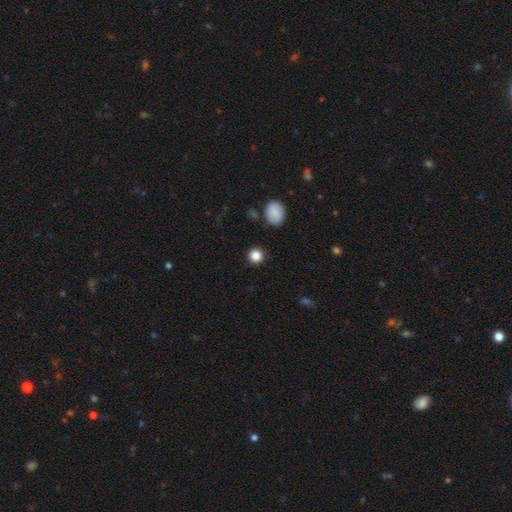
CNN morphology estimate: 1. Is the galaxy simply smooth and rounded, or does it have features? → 85% smooth, 12% star or artifact, 4% featured or disk.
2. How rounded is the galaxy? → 92% round, 7% in between, 1% cigar-shaped.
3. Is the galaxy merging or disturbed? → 89% none, 6% minor disturbance, 2% major disturbance, 2% merger.